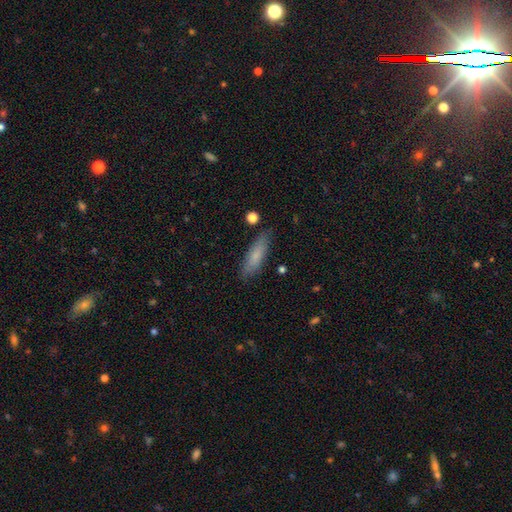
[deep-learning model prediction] A smooth galaxy with no disk features (76%) that is cigar-shaped (59%). Merging: none (81%).